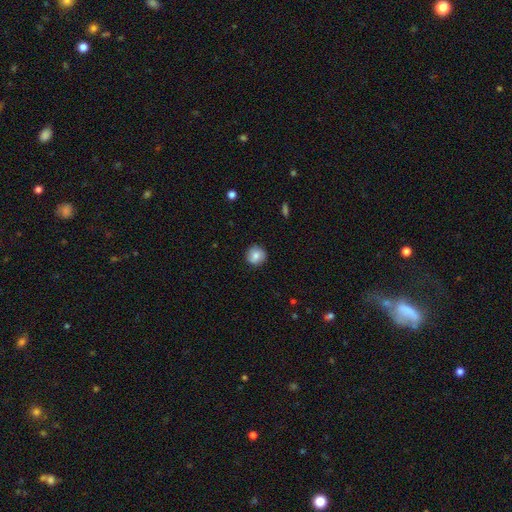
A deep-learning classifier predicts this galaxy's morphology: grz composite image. It shows a smooth galaxy with no disk features (81%) that is round (93%). Merging: none (88%).